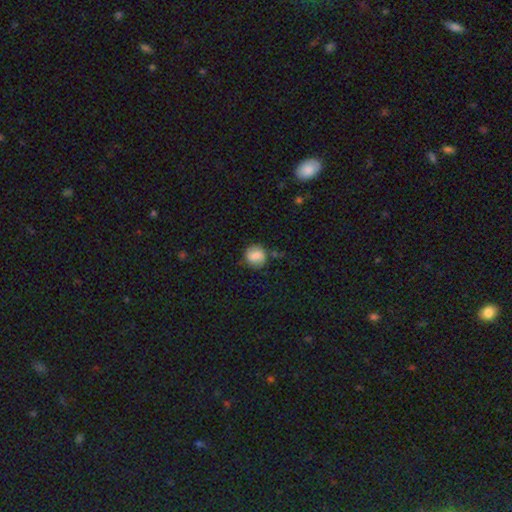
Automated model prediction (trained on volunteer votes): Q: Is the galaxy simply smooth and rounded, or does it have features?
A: smooth — 73%.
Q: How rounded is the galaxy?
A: round — 80%.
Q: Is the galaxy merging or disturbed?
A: none — 72%.